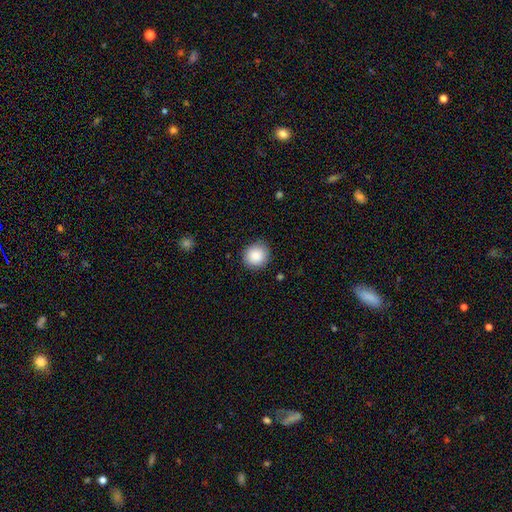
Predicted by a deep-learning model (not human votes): smooth_or_featured: smooth (p=0.87) [alt: star or artifact p=0.08]
how_rounded: round (p=0.91) [alt: in between p=0.09]
merging: none (p=0.88) [alt: minor disturbance p=0.08]